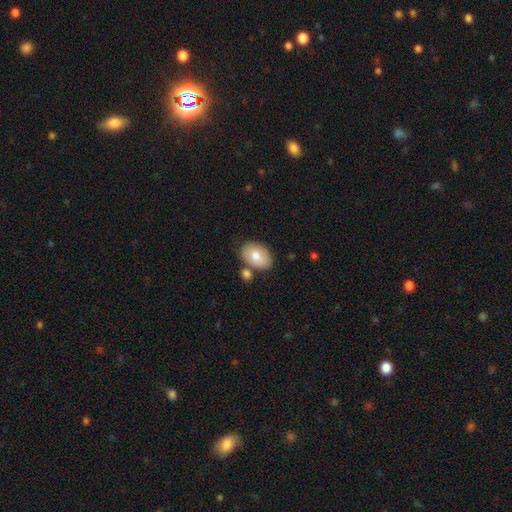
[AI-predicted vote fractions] smooth 77%, featured or disk 17%, star or artifact 6%. Down the decision tree: how rounded — in between (87%); merging — none (69%).